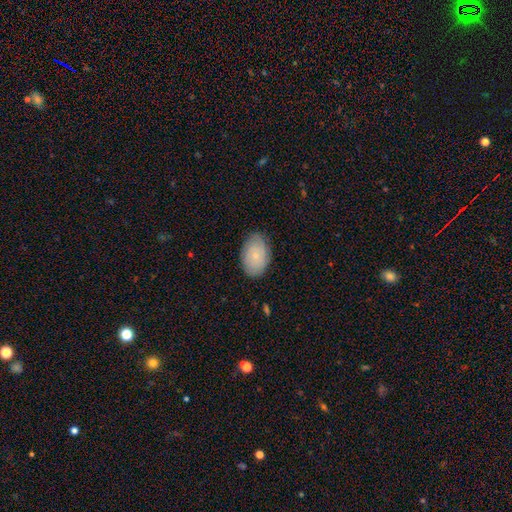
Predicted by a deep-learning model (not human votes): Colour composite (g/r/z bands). It shows a smooth galaxy with no disk features (64%) that is in between round and cigar-shaped (88%). Merging: none (81%).